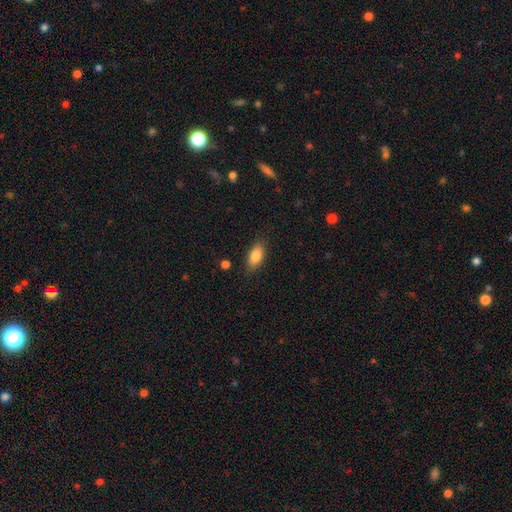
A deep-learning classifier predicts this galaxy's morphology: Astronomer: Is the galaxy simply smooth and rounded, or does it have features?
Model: smooth — 84%.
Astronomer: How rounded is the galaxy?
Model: in between — 88%.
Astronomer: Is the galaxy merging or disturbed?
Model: none — 84%.